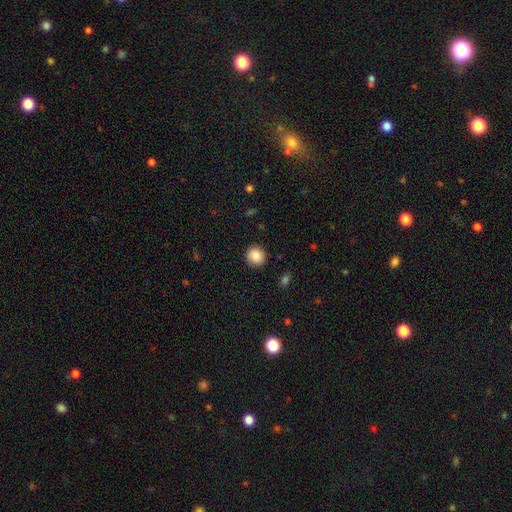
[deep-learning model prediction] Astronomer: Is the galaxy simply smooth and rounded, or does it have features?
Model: smooth — 88%.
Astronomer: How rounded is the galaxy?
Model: round — 89%.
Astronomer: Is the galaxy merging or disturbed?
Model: none — 89%.